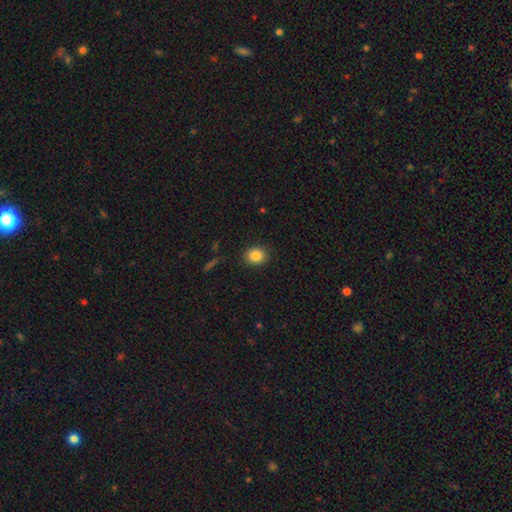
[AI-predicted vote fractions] The model was most divided on "how rounded": round: 60%, in between: 39%, cigar-shaped: 1%. More confident: merging — none (89%); smooth or featured — smooth (84%).